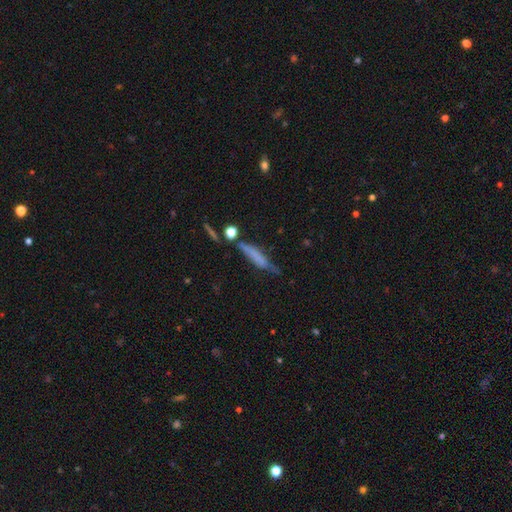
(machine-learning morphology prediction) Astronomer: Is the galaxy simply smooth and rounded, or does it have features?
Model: smooth — 55% (runner-up: featured or disk, 34%).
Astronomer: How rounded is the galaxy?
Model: cigar-shaped — 83%.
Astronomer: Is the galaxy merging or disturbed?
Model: none — 54%.